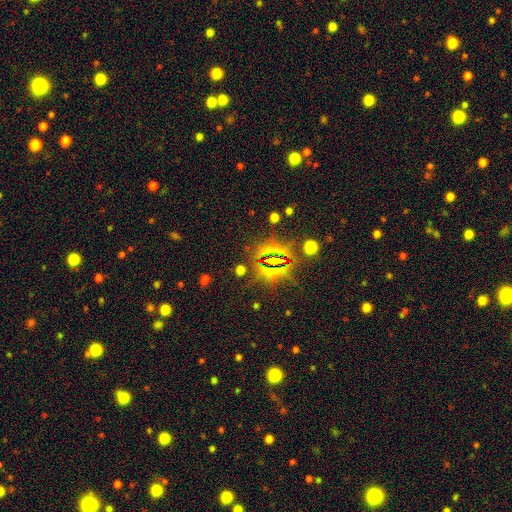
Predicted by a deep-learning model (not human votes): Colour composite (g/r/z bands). It shows a star or artifact, not a galaxy (79%).